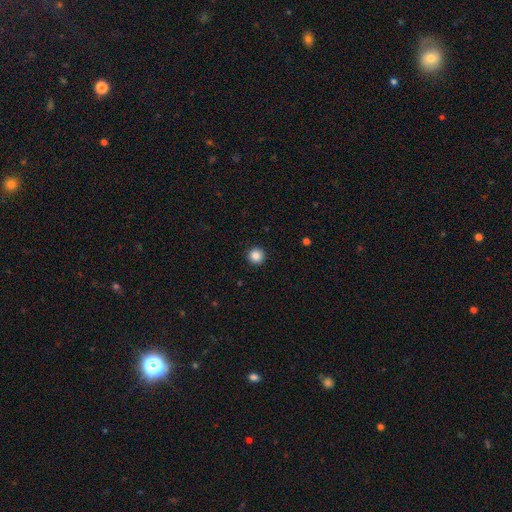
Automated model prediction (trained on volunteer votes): Smooth or featured? smooth (86%)
How rounded? round (96%)
Merging? none (93%)